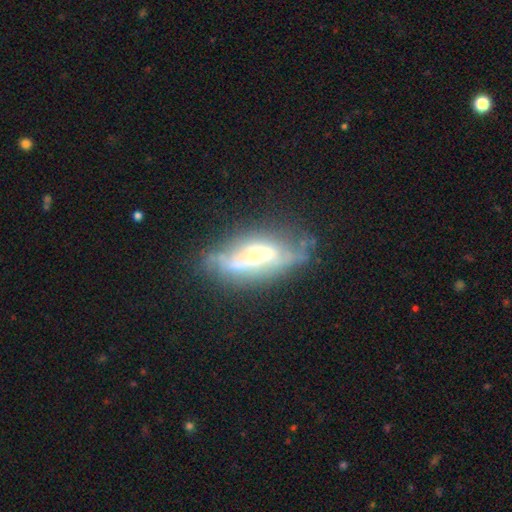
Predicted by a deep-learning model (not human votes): Smooth or featured: featured or disk — 68% (smooth — 24%)
Edge-on disk: no — 75% (yes — 25%)
Bar: no — 54% (weak — 30%)
Spiral arms: yes — 52% (no — 48%)
Bulge size: moderate — 54% (small — 28%)
Merging: none — 48% (minor disturbance — 26%)